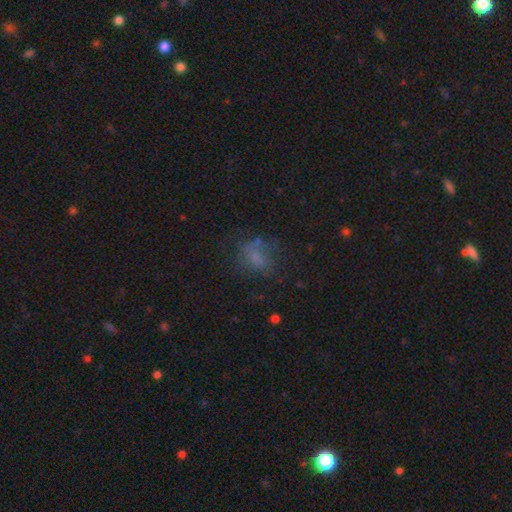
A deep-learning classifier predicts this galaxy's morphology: The model was most divided on "merging": none: 52%, minor disturbance: 23%, major disturbance: 21%, merger: 4%. More confident: how rounded — in between (68%); smooth or featured — smooth (59%).